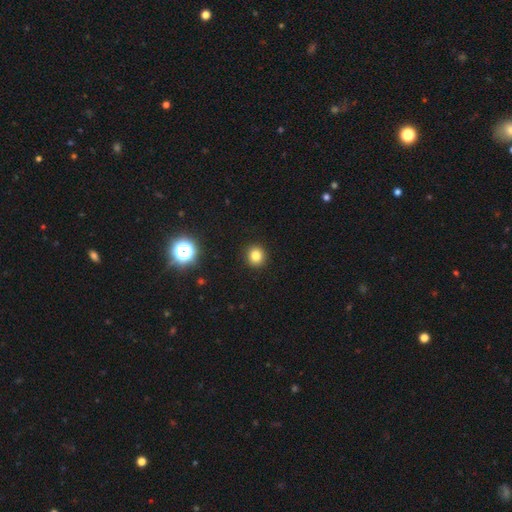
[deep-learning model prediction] Overall: smooth (81%). How rounded: round (89%). Merging: none (92%).